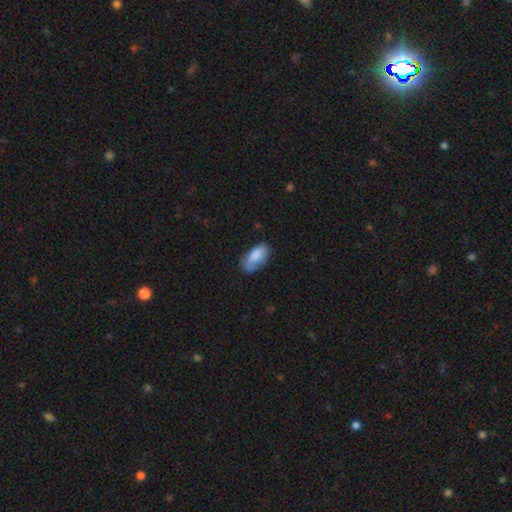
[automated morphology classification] This is clearly a smooth galaxy (80%). How rounded: clearly in between (93%). Merging: possibly none (60%).